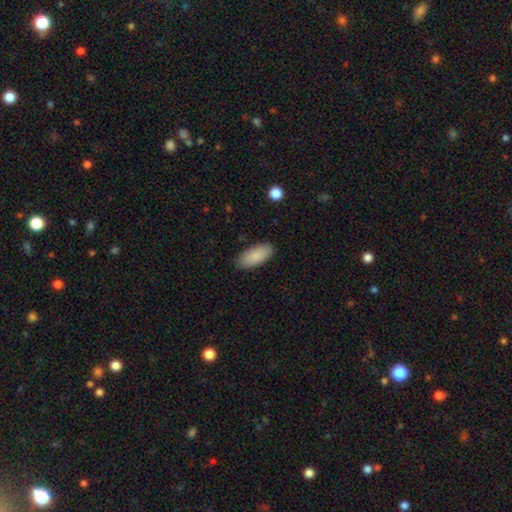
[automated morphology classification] Smooth or featured? smooth (88%)
How rounded? in between (90%)
Merging? none (87%)